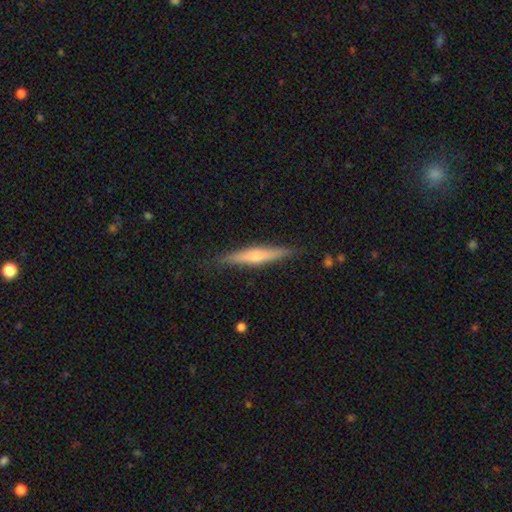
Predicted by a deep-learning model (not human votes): Overall: featured or disk (54%; smooth 40%). Edge-on disk: yes (96%). Edge-on bulge: rounded (74%). Merging: none (87%).